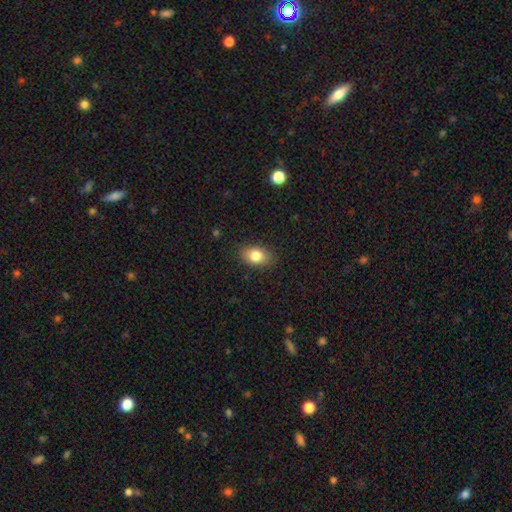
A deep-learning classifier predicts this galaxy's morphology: smooth 82%, featured or disk 10%, star or artifact 9%. Down the decision tree: how rounded — in between (84%); merging — none (86%).